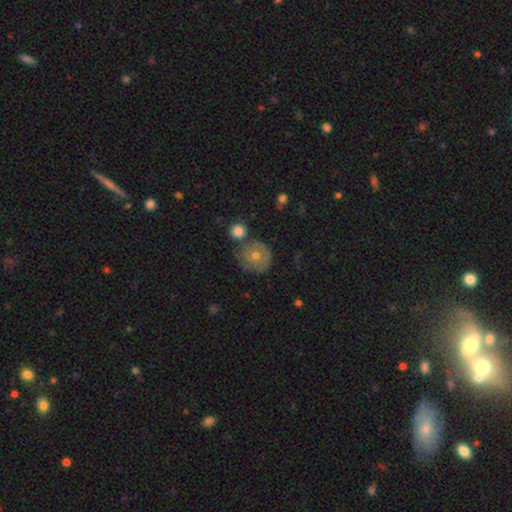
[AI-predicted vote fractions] smooth_or_featured: smooth (p=0.62) [alt: featured or disk p=0.28]
how_rounded: round (p=0.90) [alt: in between p=0.09]
merging: none (p=0.63) [alt: minor disturbance p=0.16]